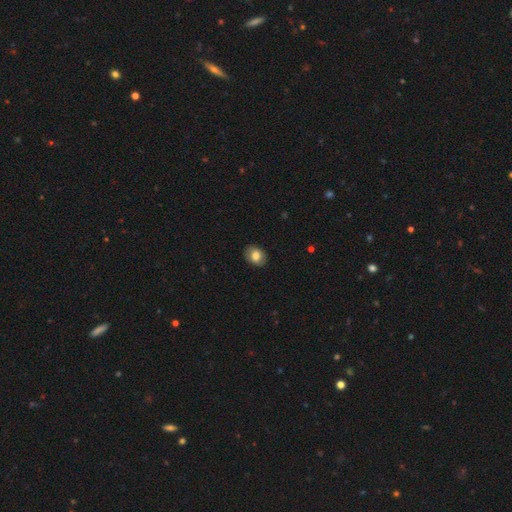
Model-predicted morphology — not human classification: Q: Smooth or featured?
A: smooth (77%); runner-up: featured or disk (15%)
Q: How rounded?
A: in between (64%); runner-up: round (35%)
Q: Merging?
A: none (86%); runner-up: minor disturbance (11%)